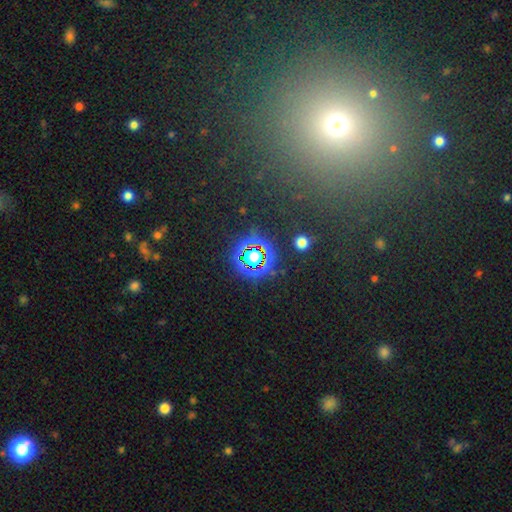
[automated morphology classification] Smooth or featured?
  - star or artifact: 70% *
  - smooth: 20%
  - featured or disk: 10%